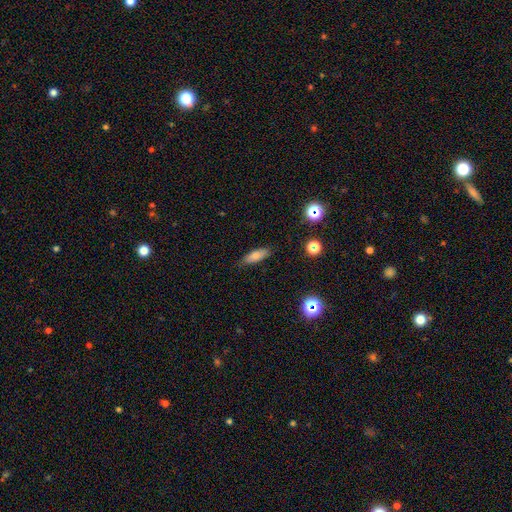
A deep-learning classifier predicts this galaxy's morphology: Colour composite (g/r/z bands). It shows a smooth galaxy with no disk features (78%) that is in between round and cigar-shaped (60%). Merging: none (84%).